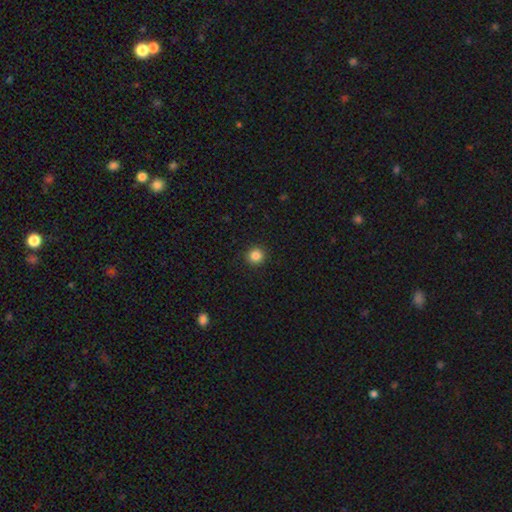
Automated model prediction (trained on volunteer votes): Q: Smooth or featured?
A: smooth (85%); runner-up: star or artifact (11%)
Q: How rounded?
A: round (94%); runner-up: in between (5%)
Q: Merging?
A: none (92%); runner-up: minor disturbance (5%)